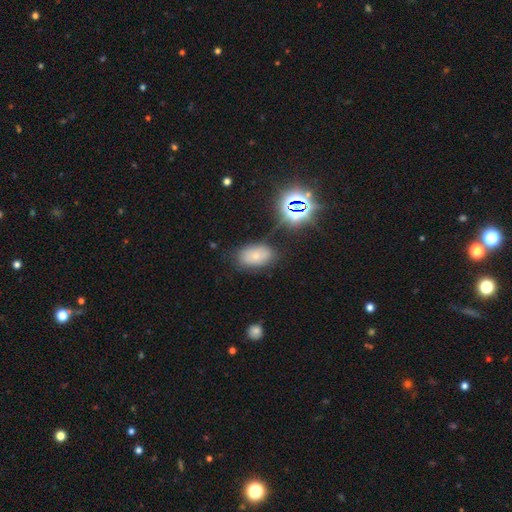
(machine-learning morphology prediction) smooth-or-featured: smooth: 65% | star or artifact: 19% | featured or disk: 17%
  how-rounded: in between: 90% | round: 9% | cigar-shaped: 2%
  merging: none: 74% | minor disturbance: 17% | major disturbance: 5% | merger: 3%